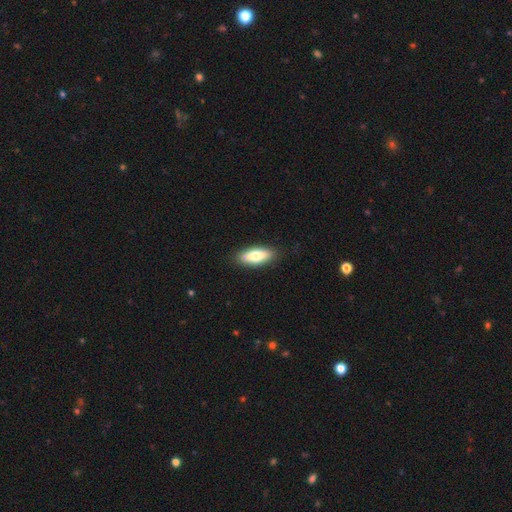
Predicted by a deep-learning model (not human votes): Morphology: type=smooth (73%); roundness=in between (76%); merging=none (87%).